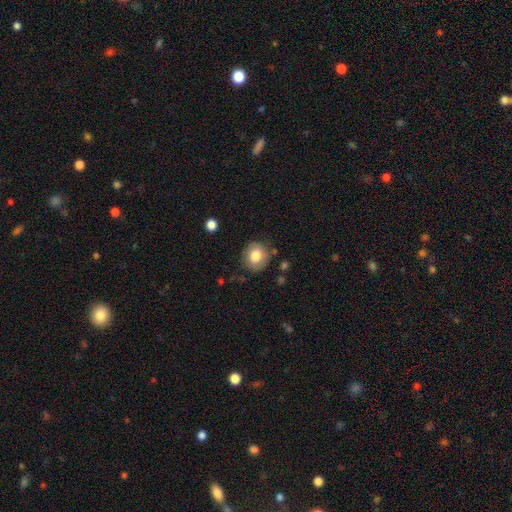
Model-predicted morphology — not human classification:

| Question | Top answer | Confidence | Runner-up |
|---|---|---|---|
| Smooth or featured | smooth | 79% | featured or disk (13%) |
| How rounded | round | 81% | in between (18%) |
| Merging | none | 82% | minor disturbance (13%) |